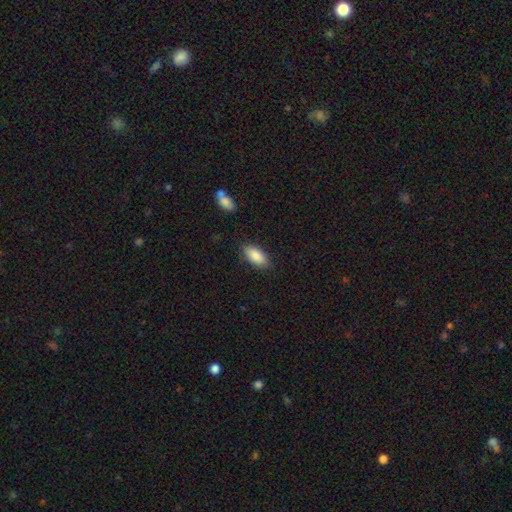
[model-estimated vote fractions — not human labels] This appears to be a smooth galaxy with no disk features (88%) that is in between round and cigar-shaped (90%). Merging: none (85%).